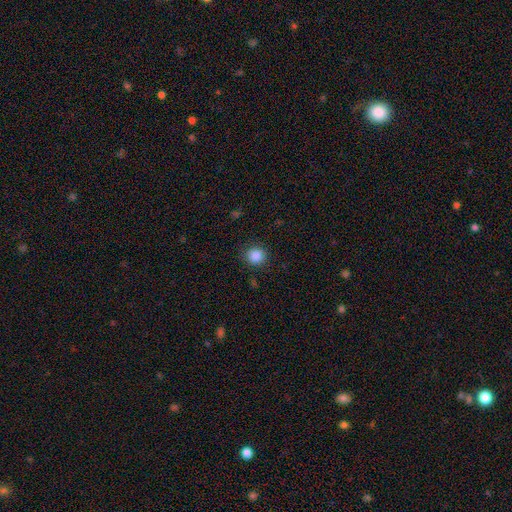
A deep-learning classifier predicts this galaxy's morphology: The model was most divided on "smooth or featured": smooth: 86%, star or artifact: 10%, featured or disk: 3%. More confident: how rounded — round (90%); merging — none (88%).